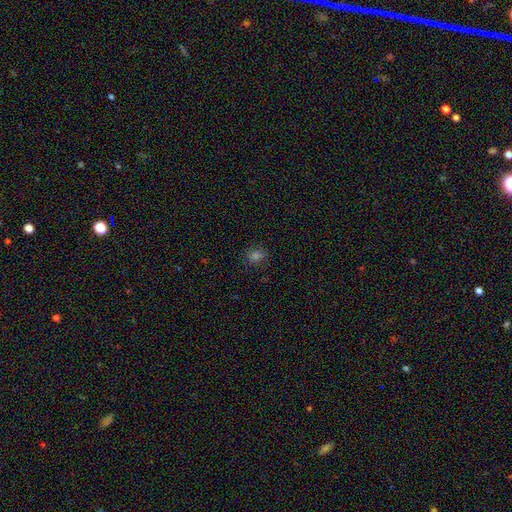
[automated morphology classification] Smooth or featured? smooth (71%)
How rounded? round (63%)
Merging? none (86%)